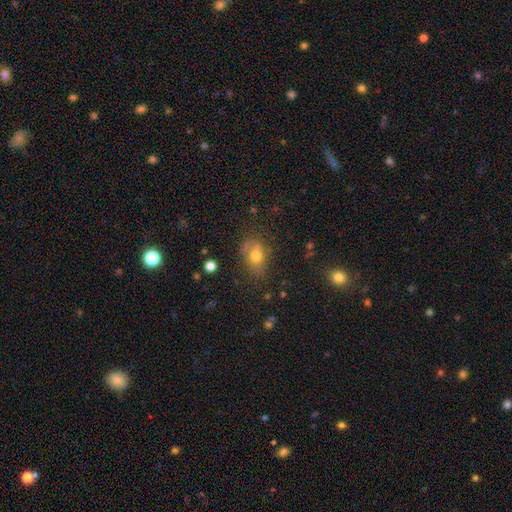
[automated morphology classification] This appears to be a smooth galaxy with no disk features (66%) that is in between round and cigar-shaped (69%). Merging: none (58%).